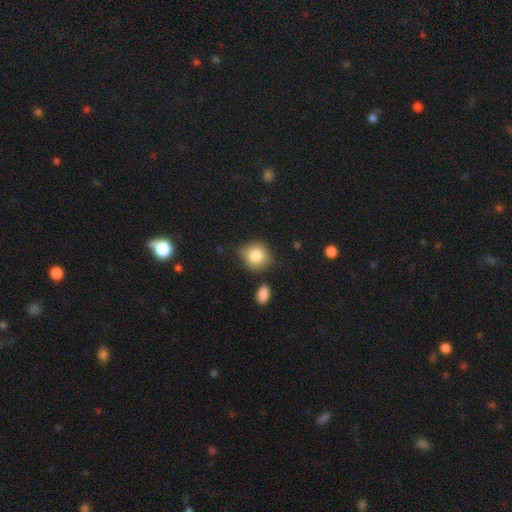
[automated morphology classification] smooth-or-featured: smooth: 83% | star or artifact: 9% | featured or disk: 8%
  how-rounded: round: 79% | in between: 19% | cigar-shaped: 1%
  merging: none: 71% | minor disturbance: 20% | merger: 5% | major disturbance: 4%